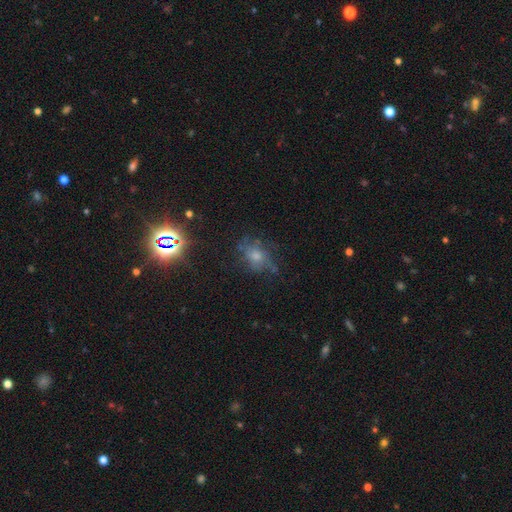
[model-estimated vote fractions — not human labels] Smooth or featured: star or artifact — 40% (featured or disk — 33%)